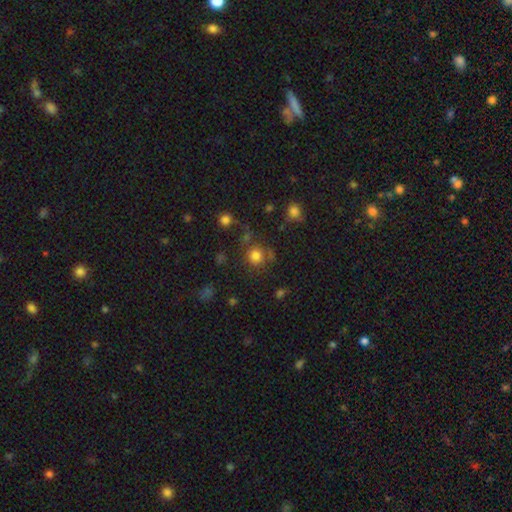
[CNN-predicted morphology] A smooth galaxy with no disk features (78%) that is round (91%).

Vote fractions:
- Smooth or featured? smooth: 78% / star or artifact: 15% / featured or disk: 7%
- How rounded? round: 91% / in between: 8% / cigar-shaped: 1%
- Merging? none: 73% / minor disturbance: 12% / merger: 9% / major disturbance: 6%